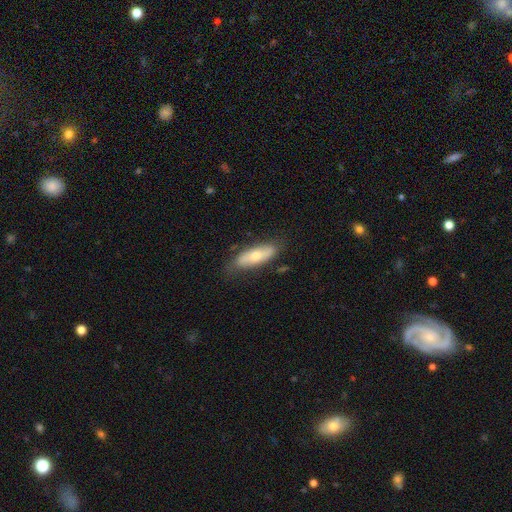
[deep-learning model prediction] Smooth or featured?
  - smooth: 58% *
  - featured or disk: 36%
  - star or artifact: 6%
How rounded?
  - in between: 63% *
  - cigar-shaped: 35%
  - round: 2%
Merging?
  - none: 76% *
  - minor disturbance: 19%
  - major disturbance: 4%
  - merger: 2%